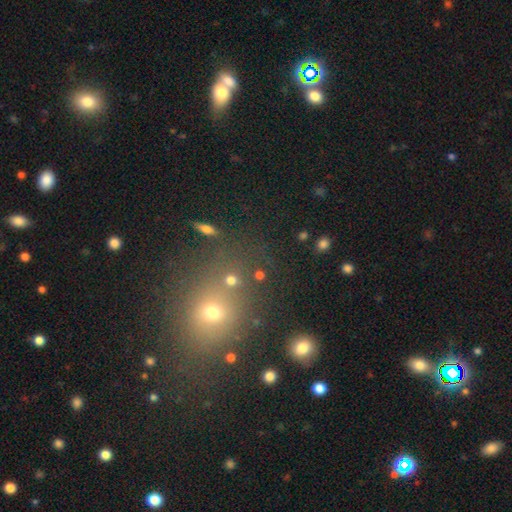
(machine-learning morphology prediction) Q: Smooth or featured?
A: smooth (48%); runner-up: star or artifact (41%)
Q: Merging?
A: none (72%); runner-up: minor disturbance (11%)